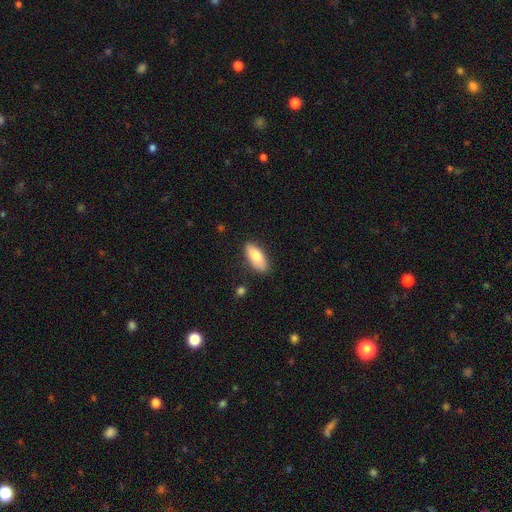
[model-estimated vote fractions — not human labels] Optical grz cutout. It shows a smooth galaxy with no disk features (80%) that is in between round and cigar-shaped (83%). Merging: none (83%).